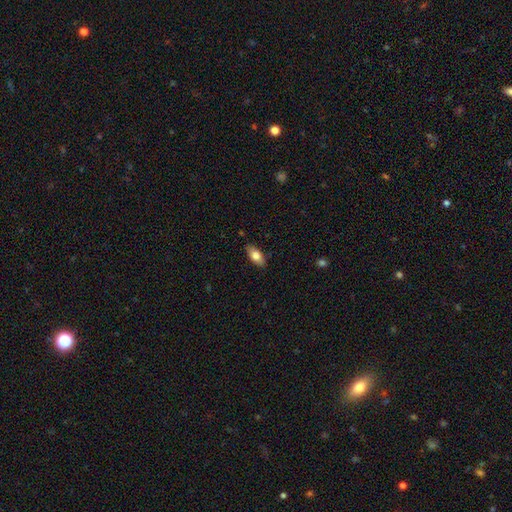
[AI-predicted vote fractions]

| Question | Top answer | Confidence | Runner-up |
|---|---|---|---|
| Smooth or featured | smooth | 76% | featured or disk (18%) |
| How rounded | in between | 86% | cigar-shaped (11%) |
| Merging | none | 86% | minor disturbance (11%) |